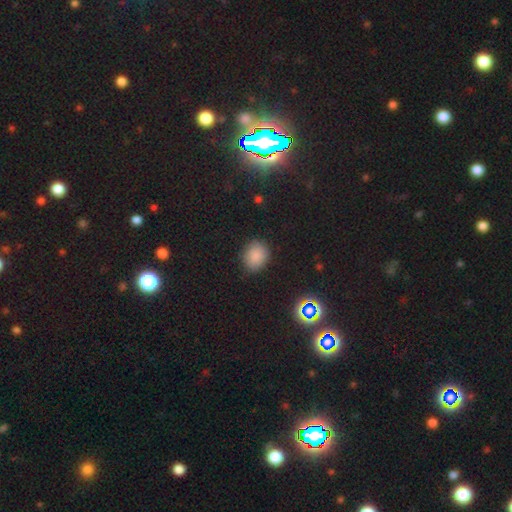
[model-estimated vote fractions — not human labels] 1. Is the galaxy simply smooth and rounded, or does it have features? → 83% smooth, 12% star or artifact, 5% featured or disk.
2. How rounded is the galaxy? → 63% round, 36% in between, 1% cigar-shaped.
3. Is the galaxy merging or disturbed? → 84% none, 11% minor disturbance, 3% major disturbance, 1% merger.